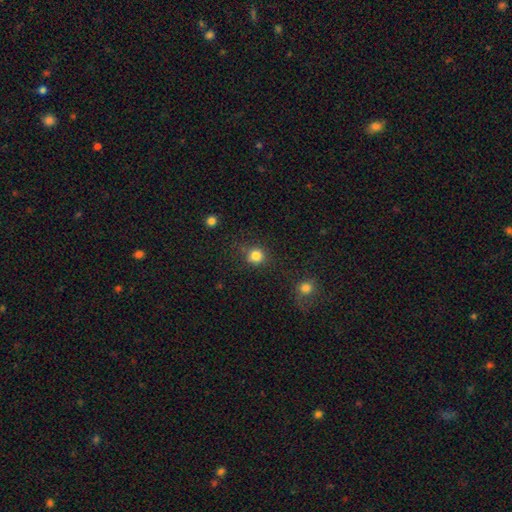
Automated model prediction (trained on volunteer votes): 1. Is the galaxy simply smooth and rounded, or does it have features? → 83% smooth, 12% star or artifact, 4% featured or disk.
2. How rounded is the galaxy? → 90% round, 9% in between, 1% cigar-shaped.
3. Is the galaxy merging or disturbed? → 80% none, 12% minor disturbance, 5% major disturbance, 4% merger.